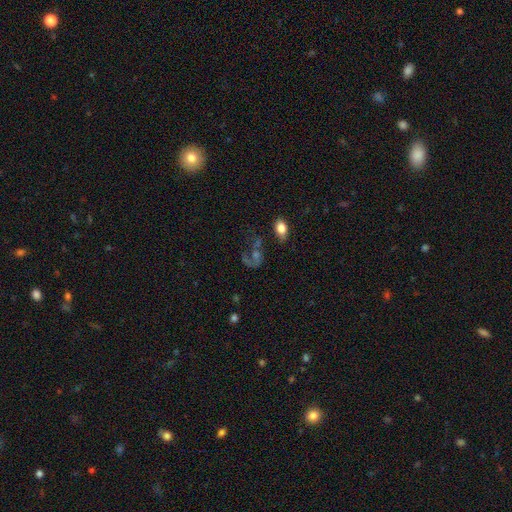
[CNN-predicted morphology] Smooth or featured?
  - featured or disk: 45% *
  - smooth: 30%
  - star or artifact: 25%
Merging?
  - none: 34% *
  - major disturbance: 32%
  - merger: 19%
  - minor disturbance: 14%